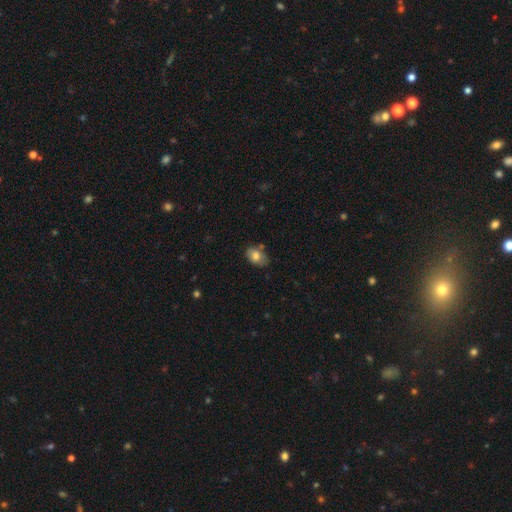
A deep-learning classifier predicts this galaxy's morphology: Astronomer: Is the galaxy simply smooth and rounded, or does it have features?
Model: smooth — 78%.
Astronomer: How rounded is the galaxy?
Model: in between — 82%.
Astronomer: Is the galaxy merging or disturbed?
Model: none — 68%.